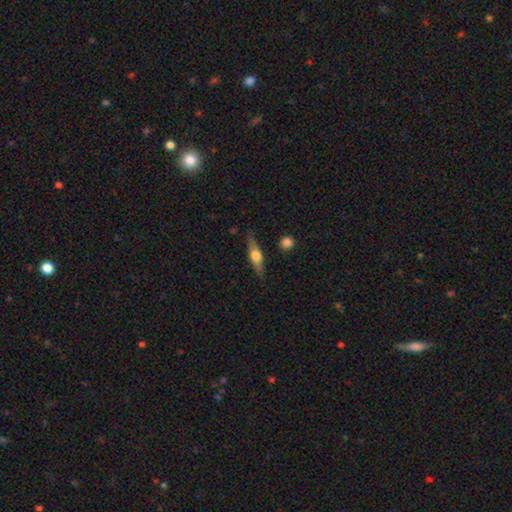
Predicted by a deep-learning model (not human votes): Smooth or featured: featured or disk — 60% (smooth — 34%)
Edge-on disk: yes — 94% (no — 6%)
Edge-on bulge: rounded — 93% (boxy — 5%)
Merging: none — 83% (minor disturbance — 12%)